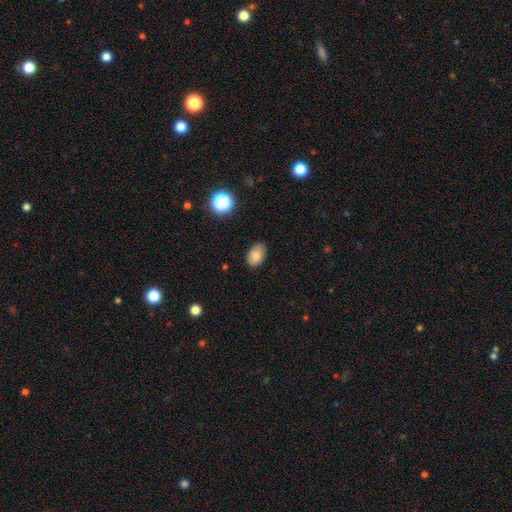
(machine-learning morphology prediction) Smooth or featured? smooth (81%)
How rounded? in between (86%)
Merging? none (84%)